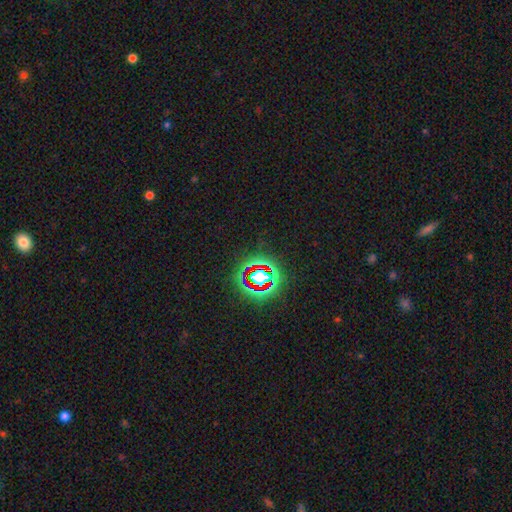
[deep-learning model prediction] smooth_or_featured: star or artifact (p=0.75) [alt: smooth p=0.15]